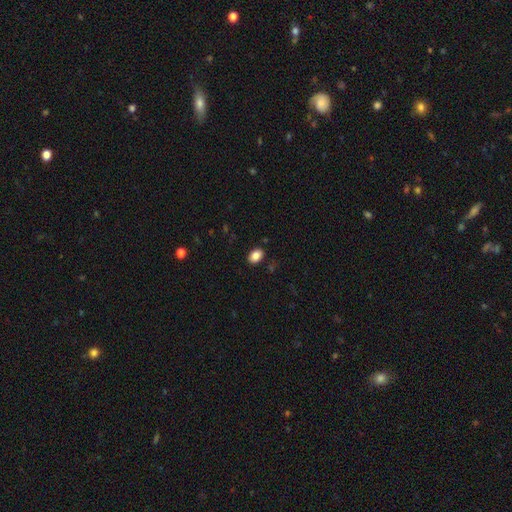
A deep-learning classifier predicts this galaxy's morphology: smooth-or-featured: smooth: 86% | star or artifact: 8% | featured or disk: 6%
  how-rounded: in between: 82% | round: 17% | cigar-shaped: 1%
  merging: none: 87% | minor disturbance: 9% | major disturbance: 2% | merger: 1%